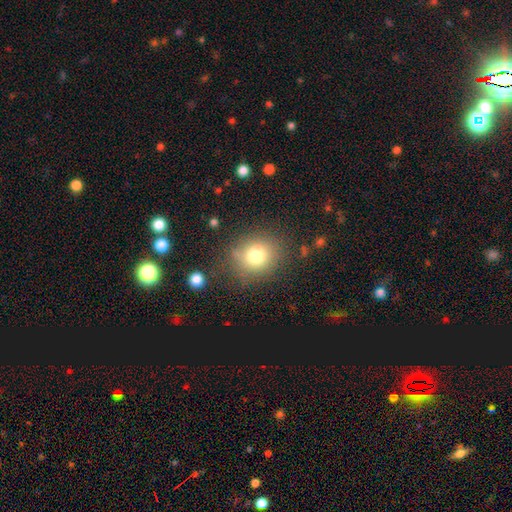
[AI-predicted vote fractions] Smooth or featured? smooth (75%)
How rounded? round (76%)
Merging? none (77%)